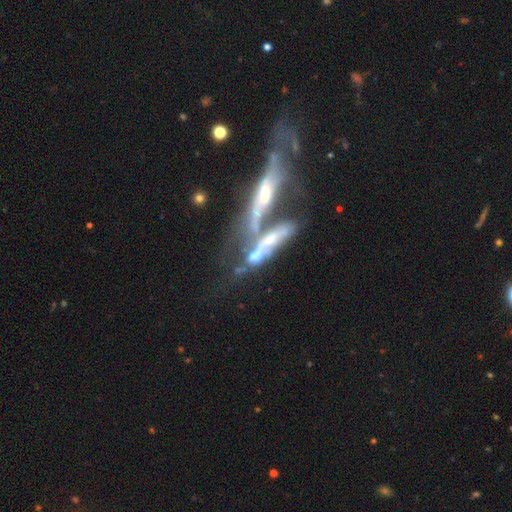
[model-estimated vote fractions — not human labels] A featured or disk galaxy (55%).

Vote fractions:
- Smooth or featured? featured or disk: 55% / smooth: 31% / star or artifact: 14%
- Edge-on disk? no: 70% / yes: 30%
- Merging? merger: 66% / major disturbance: 16% / none: 11% / minor disturbance: 7%